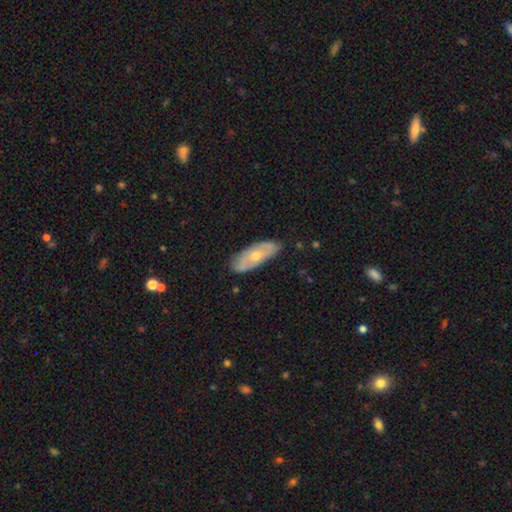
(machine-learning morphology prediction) This is possibly a featured or disk galaxy (50%). Merging: clearly none (84%).